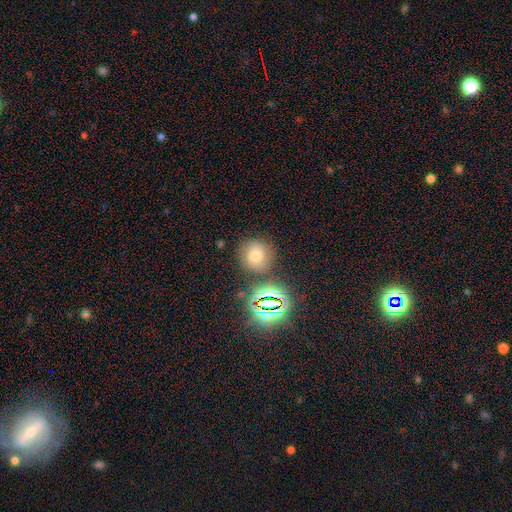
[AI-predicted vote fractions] smooth 58%, star or artifact 27%, featured or disk 15%. Down the decision tree: how rounded — round (89%); merging — none (77%).